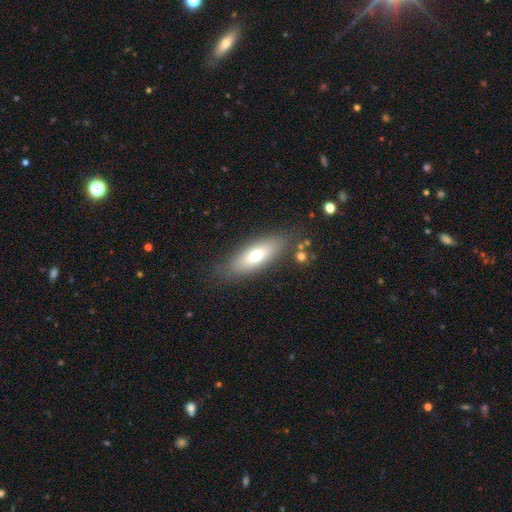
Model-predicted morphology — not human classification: smooth 66%, featured or disk 27%, star or artifact 8%. Down the decision tree: how rounded — in between (59%); merging — none (82%).